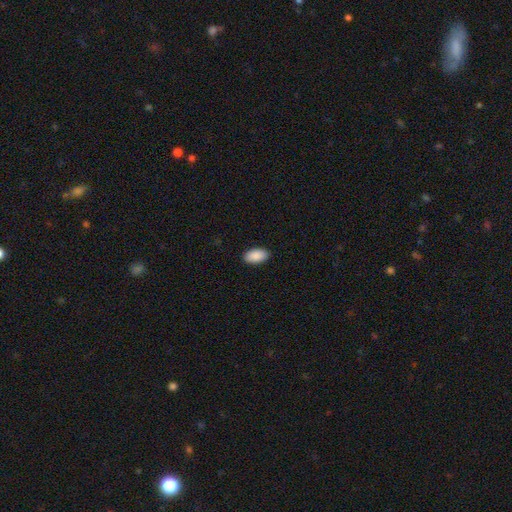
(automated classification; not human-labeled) Smooth or featured? Predicted: smooth (p=0.91). How rounded? Predicted: in between (p=0.95). Merging? Predicted: none (p=0.90).